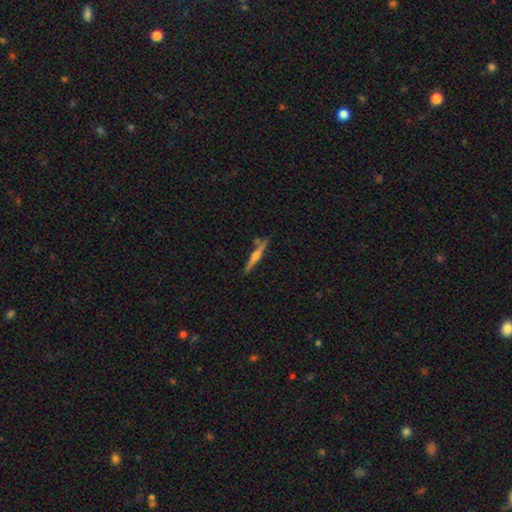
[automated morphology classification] type=featured or disk (69%); edge-on=yes (97%); edge-on bulge=rounded (78%); merging=none (84%).